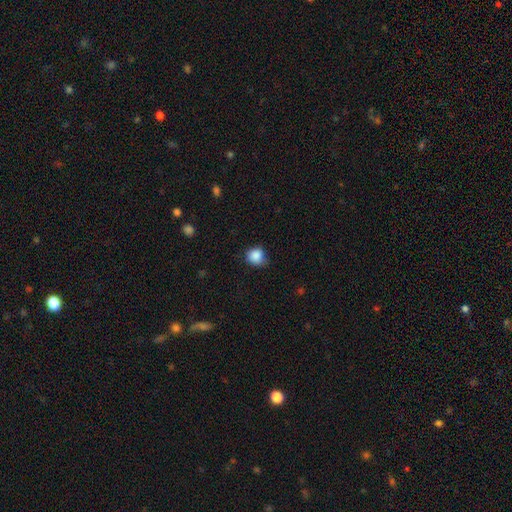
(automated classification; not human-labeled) Overall: smooth (87%). How rounded: round (77%). Merging: none (65%; minor disturbance 28%).